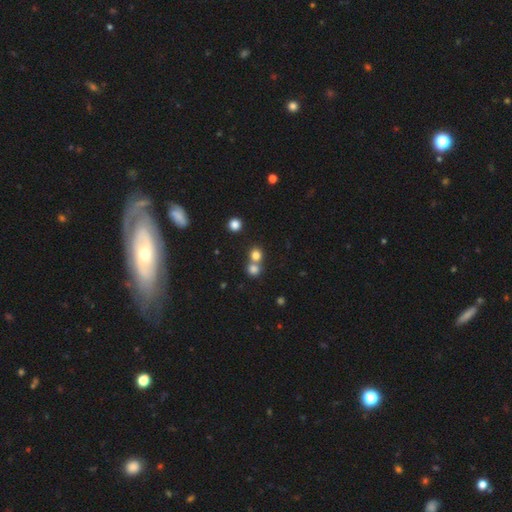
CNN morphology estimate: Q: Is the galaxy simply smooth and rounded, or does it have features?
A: smooth — 78%.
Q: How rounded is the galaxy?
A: round — 87%.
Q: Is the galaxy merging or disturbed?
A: none — 50%.